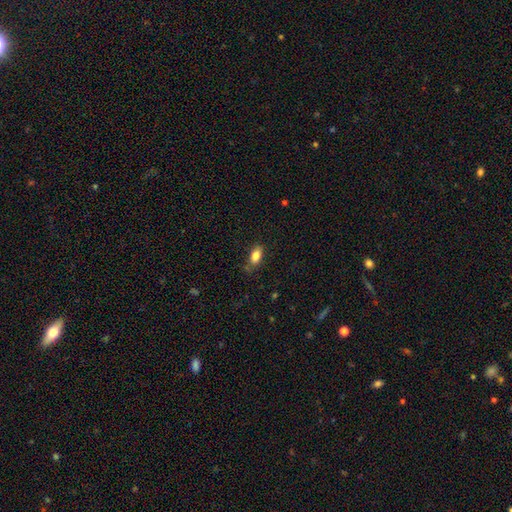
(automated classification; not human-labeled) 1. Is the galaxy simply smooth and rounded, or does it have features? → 82% smooth, 10% featured or disk, 8% star or artifact.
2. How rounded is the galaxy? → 88% in between, 7% cigar-shaped, 5% round.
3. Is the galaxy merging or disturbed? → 77% none, 17% minor disturbance, 4% major disturbance, 2% merger.